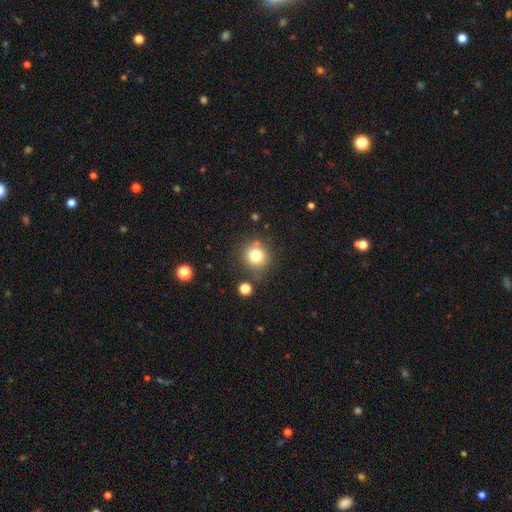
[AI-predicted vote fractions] Smooth or featured: smooth — 78% (star or artifact — 13%)
How rounded: round — 91% (in between — 8%)
Merging: none — 77% (minor disturbance — 12%)